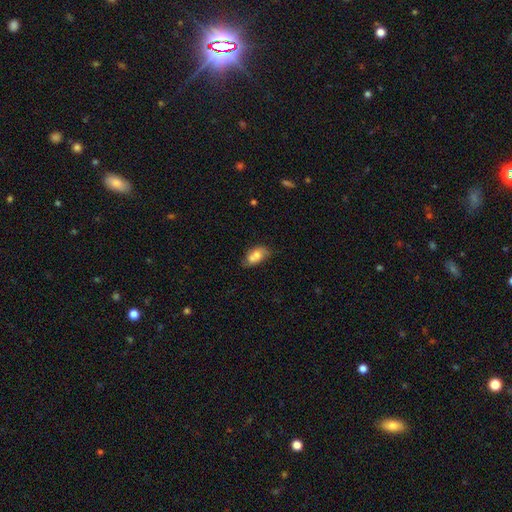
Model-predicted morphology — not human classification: Q: Smooth or featured?
A: smooth (68%); runner-up: featured or disk (23%)
Q: How rounded?
A: in between (86%); runner-up: round (10%)
Q: Merging?
A: none (44%); runner-up: merger (28%)